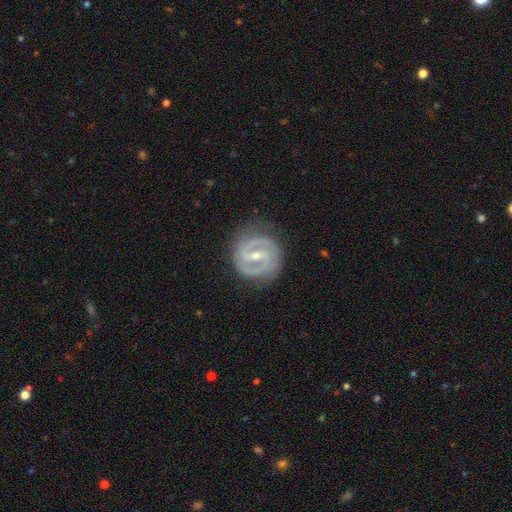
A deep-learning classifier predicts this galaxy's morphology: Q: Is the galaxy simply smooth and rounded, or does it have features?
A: featured or disk — 90%.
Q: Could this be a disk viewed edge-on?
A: no — 98%.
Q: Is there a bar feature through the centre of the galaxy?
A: strong — 50%.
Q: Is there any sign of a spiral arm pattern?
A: yes — 97%.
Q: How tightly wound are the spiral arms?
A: tight — 55%.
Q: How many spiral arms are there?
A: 2 — 89%.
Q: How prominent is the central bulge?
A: small — 56%.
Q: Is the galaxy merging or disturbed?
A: none — 81%.